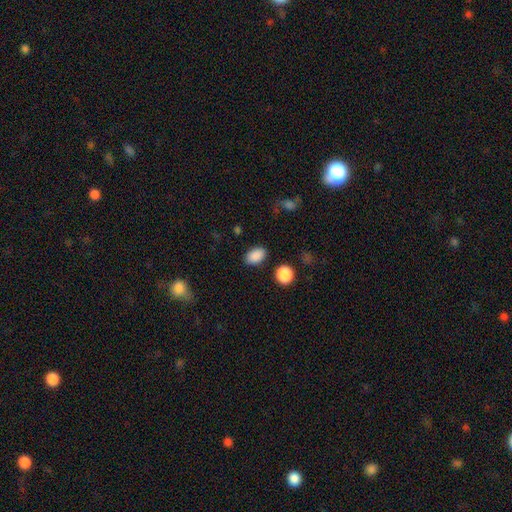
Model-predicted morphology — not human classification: type=smooth (88%); roundness=in between (85%); merging=none (85%).